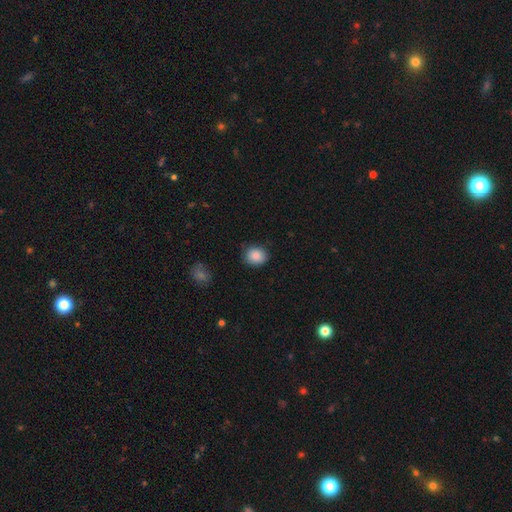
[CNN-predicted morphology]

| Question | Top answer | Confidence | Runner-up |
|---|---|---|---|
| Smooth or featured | smooth | 87% | star or artifact (9%) |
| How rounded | round | 72% | in between (27%) |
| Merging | none | 81% | minor disturbance (15%) |